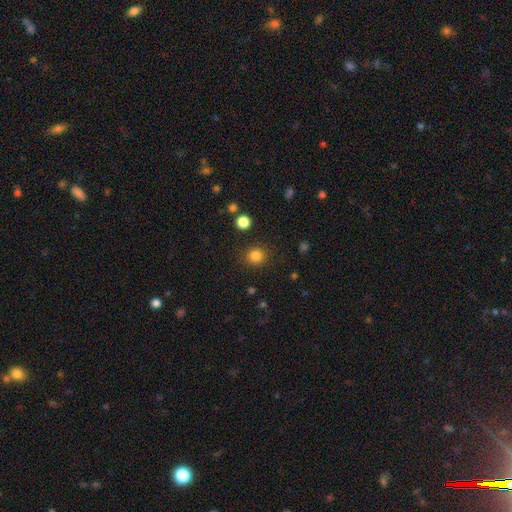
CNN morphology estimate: A smooth galaxy with no disk features (84%) that is round (91%).

Vote fractions:
- Smooth or featured? smooth: 84% / star or artifact: 12% / featured or disk: 4%
- How rounded? round: 91% / in between: 8% / cigar-shaped: 1%
- Merging? none: 89% / minor disturbance: 7% / major disturbance: 3% / merger: 2%